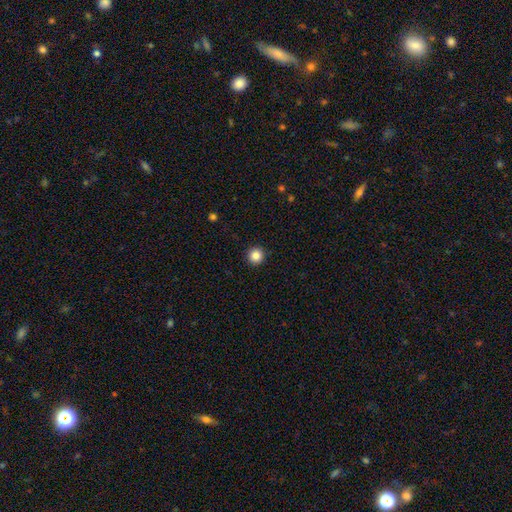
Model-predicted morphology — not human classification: A smooth galaxy with no disk features (86%) that is round (96%).

Vote fractions:
- Smooth or featured? smooth: 86% / star or artifact: 10% / featured or disk: 4%
- How rounded? round: 96% / in between: 3% / cigar-shaped: 1%
- Merging? none: 93% / minor disturbance: 4% / major disturbance: 2% / merger: 1%